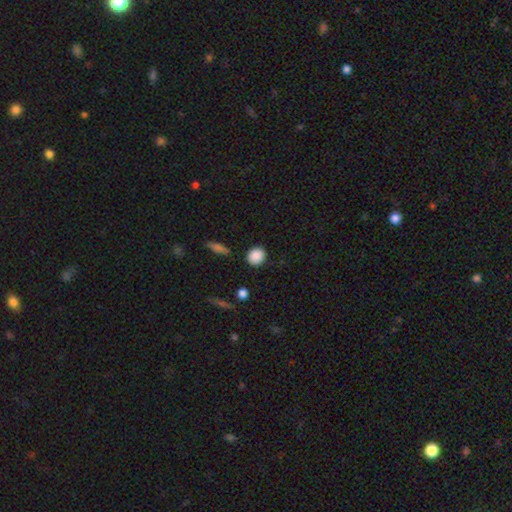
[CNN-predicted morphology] Overall: smooth (88%). How rounded: round (77%). Merging: none (87%).